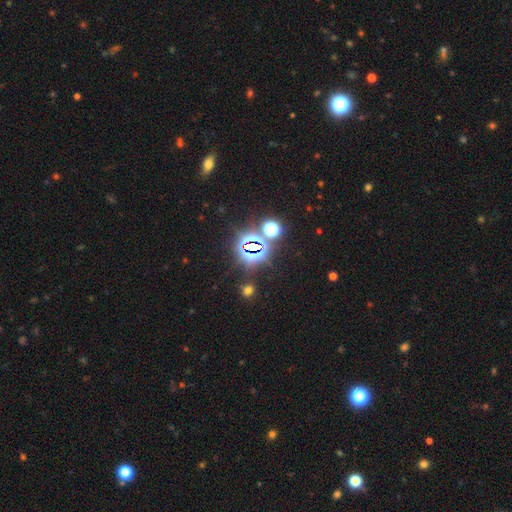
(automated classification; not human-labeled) A star or artifact, not a galaxy (79%).

Vote fractions:
- Smooth or featured? star or artifact: 79% / smooth: 13% / featured or disk: 8%